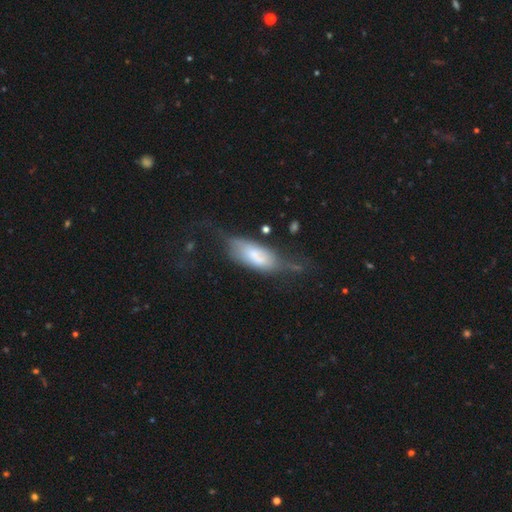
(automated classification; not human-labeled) Q: Smooth or featured?
A: smooth (58%); runner-up: featured or disk (34%)
Q: How rounded?
A: in between (79%); runner-up: cigar-shaped (18%)
Q: Merging?
A: none (33%); runner-up: minor disturbance (32%)